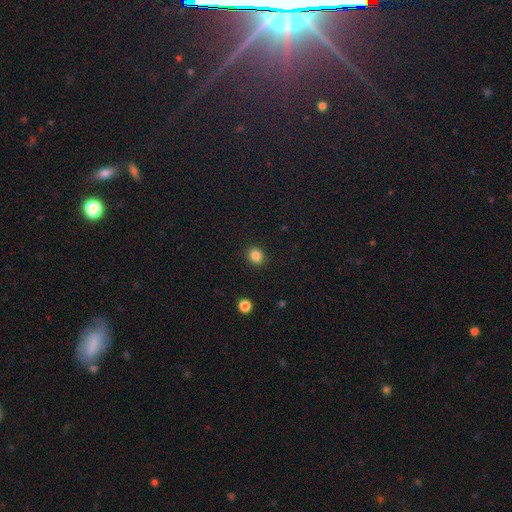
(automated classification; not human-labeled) A smooth galaxy with no disk features (85%) that is round (73%). Merging: none (90%).